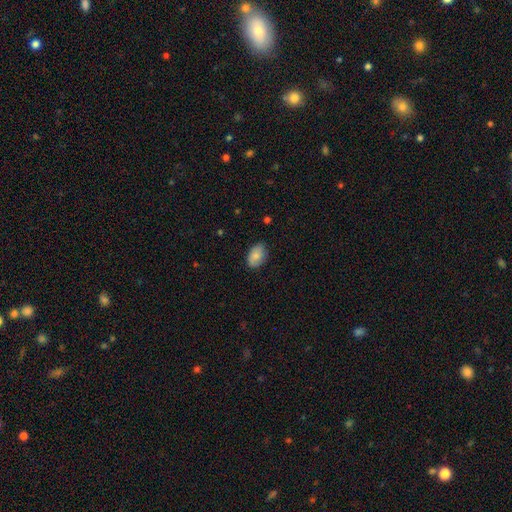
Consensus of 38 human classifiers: Smooth or featured?
  - smooth: 68% *
  - featured or disk: 26%
  - star or artifact: 5%
How rounded?
  - in between: 81% *
  - round: 15%
  - cigar-shaped: 4%
Merging?
  - none: 75% *
  - minor disturbance: 17%
  - major disturbance: 6%
  - merger: 3%